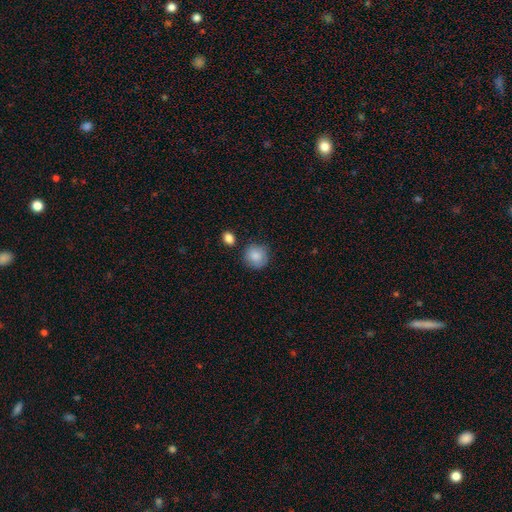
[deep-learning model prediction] Smooth or featured? smooth (84%)
How rounded? round (90%)
Merging? none (80%)